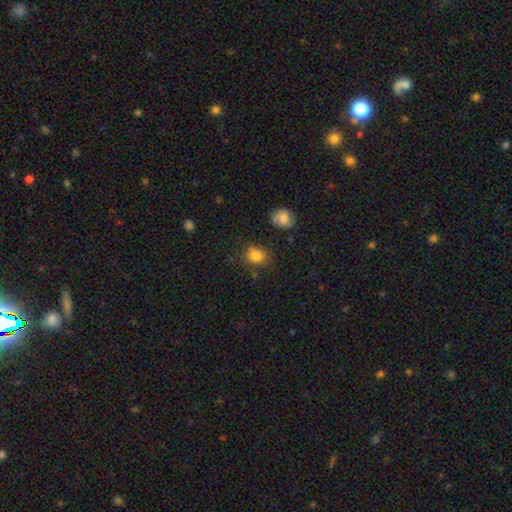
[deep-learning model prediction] Q: Smooth or featured?
A: smooth (82%); runner-up: star or artifact (11%)
Q: How rounded?
A: round (65%); runner-up: in between (34%)
Q: Merging?
A: none (72%); runner-up: minor disturbance (18%)